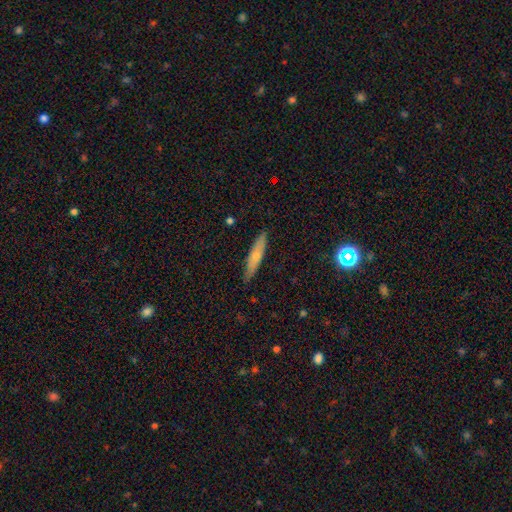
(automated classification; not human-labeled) smooth_or_featured: smooth (p=0.59) [alt: featured or disk p=0.34]
how_rounded: cigar-shaped (p=0.86) [alt: in between p=0.12]
merging: none (p=0.88) [alt: minor disturbance p=0.09]